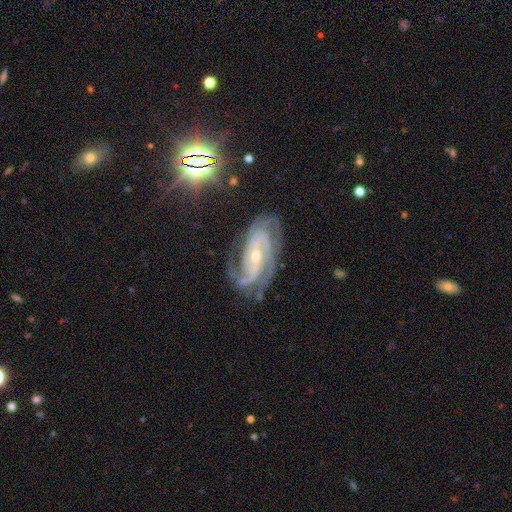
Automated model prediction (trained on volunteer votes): This appears to be a featured or disk galaxy (89%) with no bar (39%), 2 (37%) tight (54%) spiral arms (98%) and a small central bulge (67%). Merging: none (70%).